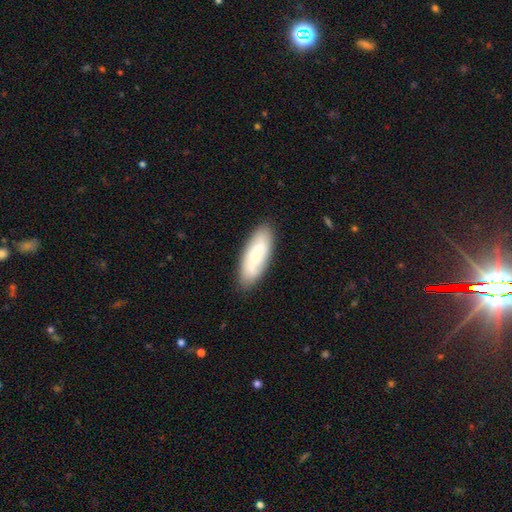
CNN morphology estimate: type=smooth (66%); roundness=in between (67%); merging=none (85%).